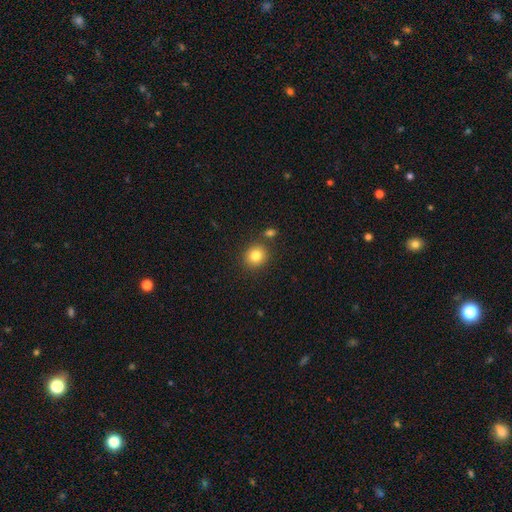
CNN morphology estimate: Q: Smooth or featured?
A: smooth (83%); runner-up: star or artifact (11%)
Q: How rounded?
A: round (82%); runner-up: in between (17%)
Q: Merging?
A: none (82%); runner-up: minor disturbance (8%)